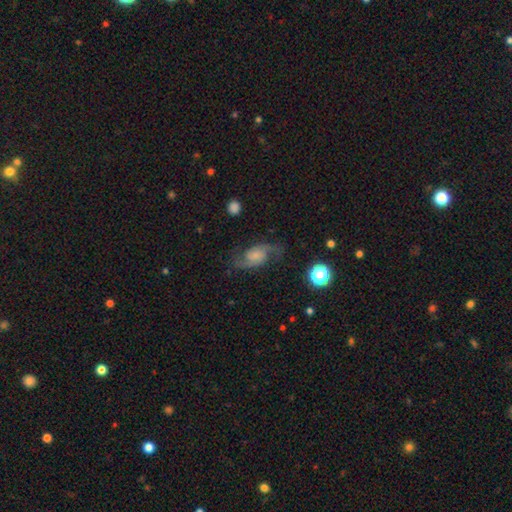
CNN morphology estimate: This is likely a featured or disk galaxy (79%). It is clearly not viewed edge-on (97%). Bar: likely no (61%). Spiral arm pattern: clearly yes (96%). Spiral arm count: clearly 2 (93%). Spiral winding: possibly loose (49%). Central bulge: marginally small (37%). Merging: likely none (74%).